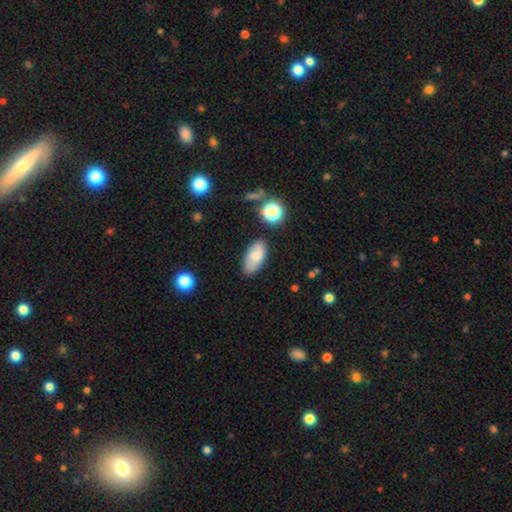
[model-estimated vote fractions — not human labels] This is likely a smooth galaxy (79%). How rounded: clearly in between (92%). Merging: likely none (79%).